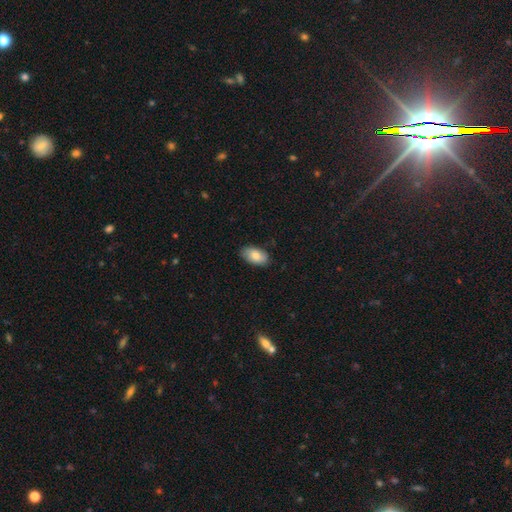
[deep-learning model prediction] This appears to be a smooth galaxy with no disk features (83%) that is in between round and cigar-shaped (94%). Merging: none (85%).